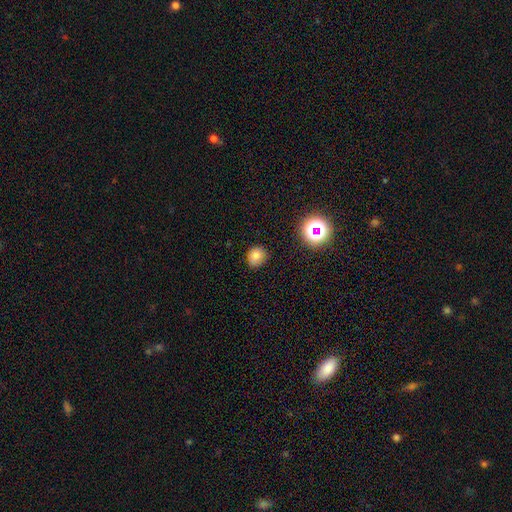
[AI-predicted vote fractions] The model was most divided on "how rounded": round: 74%, in between: 25%, cigar-shaped: 1%. More confident: merging — none (78%); smooth or featured — smooth (78%).